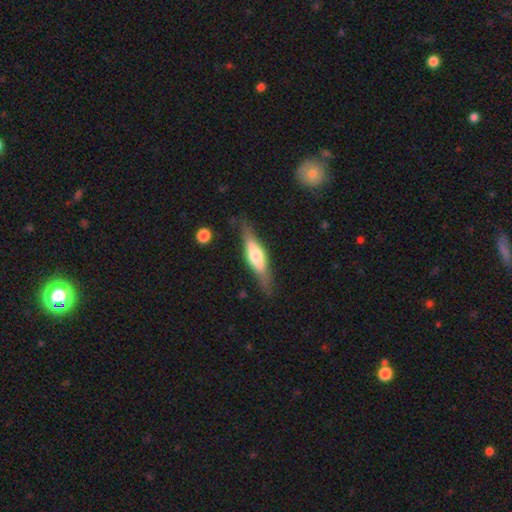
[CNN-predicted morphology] featured or disk 54%, smooth 40%, star or artifact 5%. Down the decision tree: edge-on disk — yes (89%); merging — none (78%).